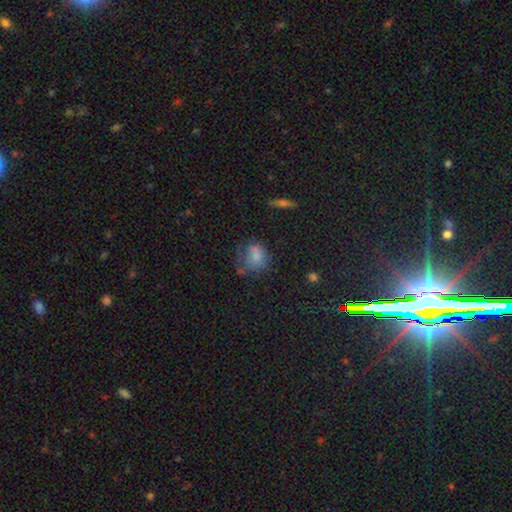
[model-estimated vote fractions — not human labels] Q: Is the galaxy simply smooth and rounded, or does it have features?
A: smooth — 69%.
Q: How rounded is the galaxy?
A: round — 64%.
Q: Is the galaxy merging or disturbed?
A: none — 43%.